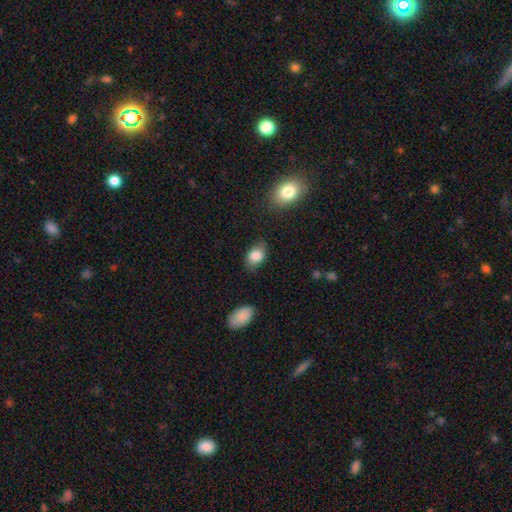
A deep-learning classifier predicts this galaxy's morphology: smooth 84%, star or artifact 8%, featured or disk 8%. Down the decision tree: how rounded — in between (78%); merging — none (74%).